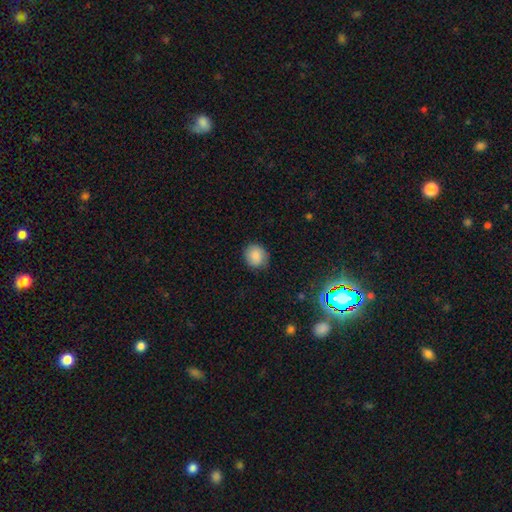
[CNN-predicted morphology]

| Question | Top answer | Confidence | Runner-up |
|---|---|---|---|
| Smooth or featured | smooth | 86% | star or artifact (9%) |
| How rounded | round | 82% | in between (17%) |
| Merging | none | 82% | minor disturbance (14%) |